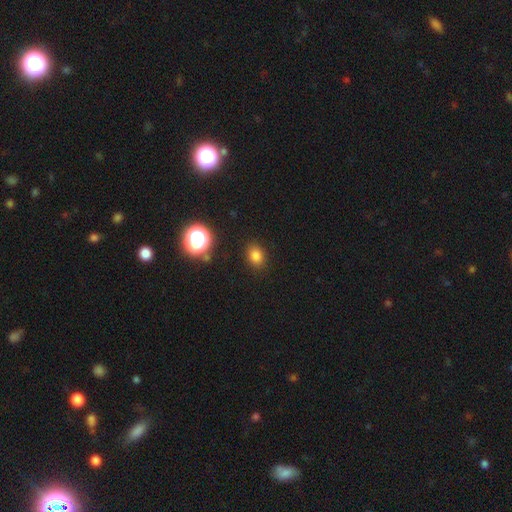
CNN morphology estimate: This appears to be a smooth galaxy with no disk features (80%) that is round (52%). Merging: none (88%).